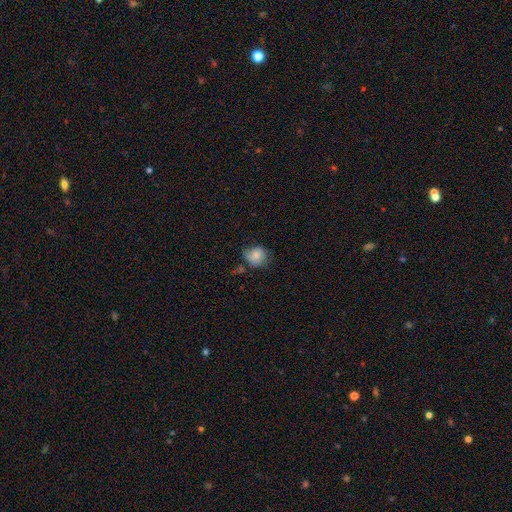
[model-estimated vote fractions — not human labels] The model was most divided on "merging": none: 50%, minor disturbance: 33%, major disturbance: 12%, merger: 5%. More confident: smooth or featured — smooth (76%); how rounded — round (73%).